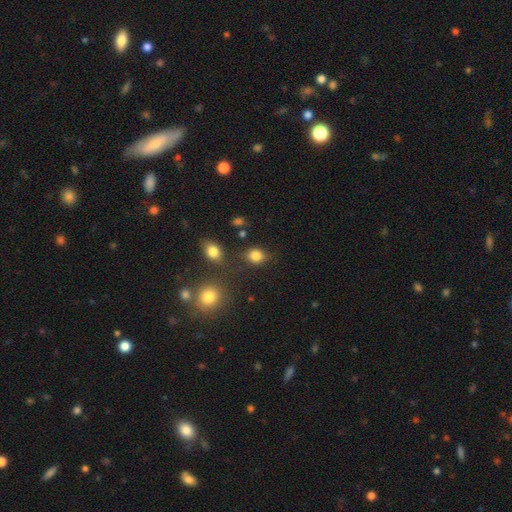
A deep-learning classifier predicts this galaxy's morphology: A smooth galaxy with no disk features (83%) that is round (63%). Merging: none (74%).